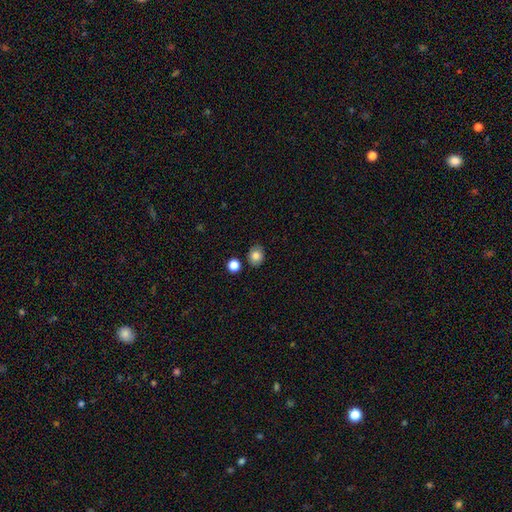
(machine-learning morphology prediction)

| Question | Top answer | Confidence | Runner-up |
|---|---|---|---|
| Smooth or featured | smooth | 83% | star or artifact (10%) |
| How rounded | round | 62% | in between (37%) |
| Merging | none | 83% | minor disturbance (10%) |